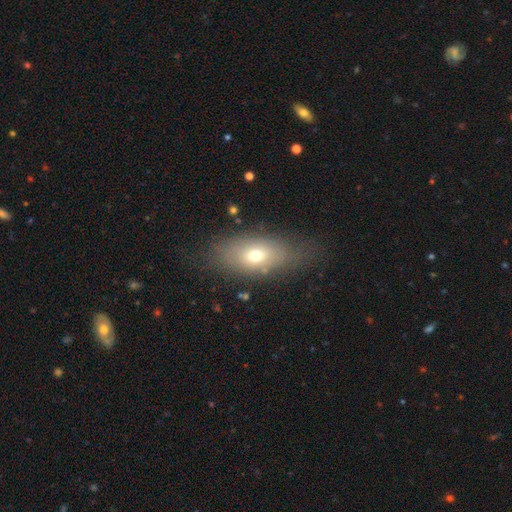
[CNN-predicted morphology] smooth-or-featured: smooth: 64% | featured or disk: 25% | star or artifact: 12%
  how-rounded: in between: 82% | round: 10% | cigar-shaped: 8%
  merging: none: 66% | minor disturbance: 20% | major disturbance: 12% | merger: 2%